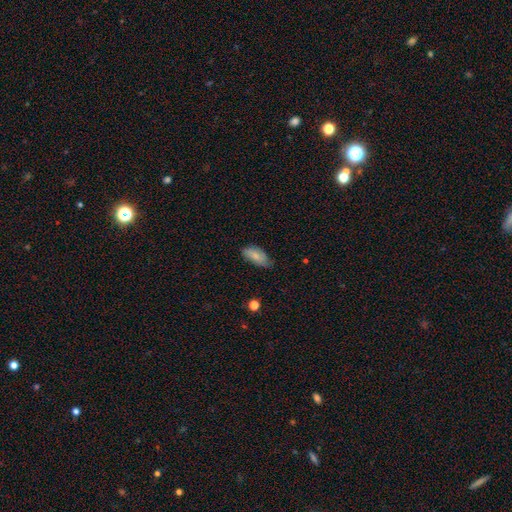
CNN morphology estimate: Smooth or featured: smooth — 75% (featured or disk — 18%)
How rounded: in between — 90% (cigar-shaped — 8%)
Merging: none — 63% (minor disturbance — 30%)